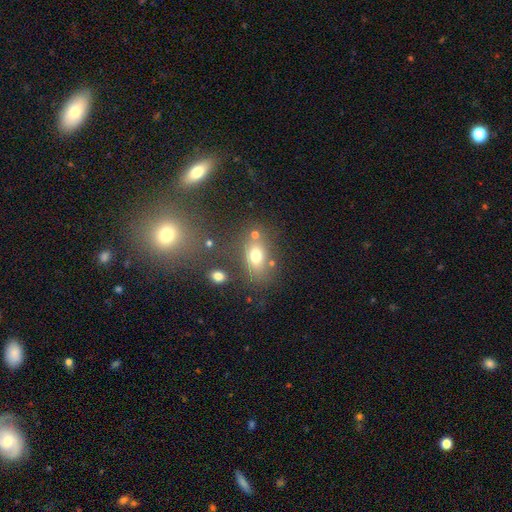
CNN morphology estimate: Q: Smooth or featured?
A: smooth (70%); runner-up: featured or disk (15%)
Q: How rounded?
A: in between (73%); runner-up: round (25%)
Q: Merging?
A: none (65%); runner-up: minor disturbance (14%)